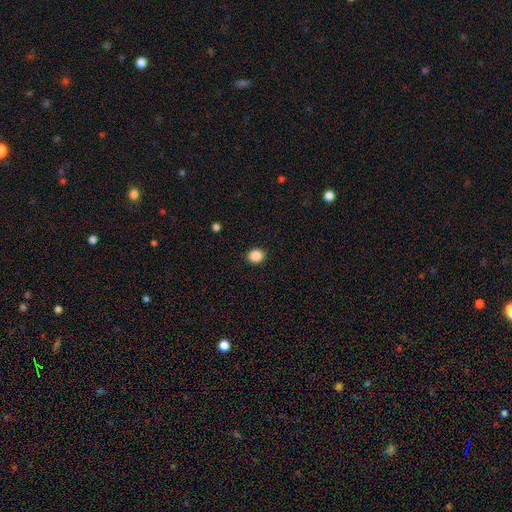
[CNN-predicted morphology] smooth 87%, star or artifact 10%, featured or disk 3%. Down the decision tree: how rounded — round (82%); merging — none (91%).